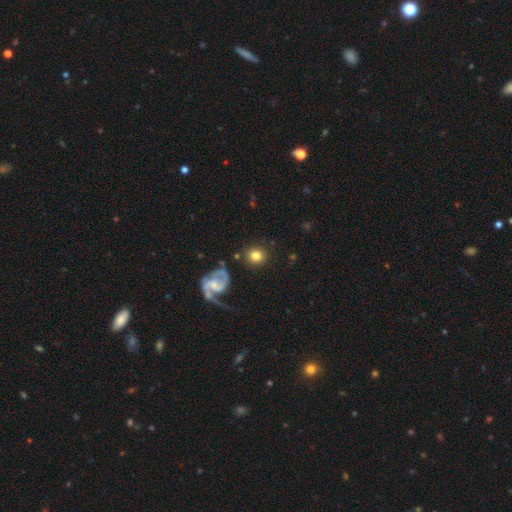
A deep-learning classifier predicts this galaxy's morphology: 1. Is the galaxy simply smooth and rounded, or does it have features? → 71% smooth, 20% featured or disk, 9% star or artifact.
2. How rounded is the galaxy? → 90% round, 9% in between, 1% cigar-shaped.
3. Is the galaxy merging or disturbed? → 84% none, 8% minor disturbance, 4% merger, 4% major disturbance.